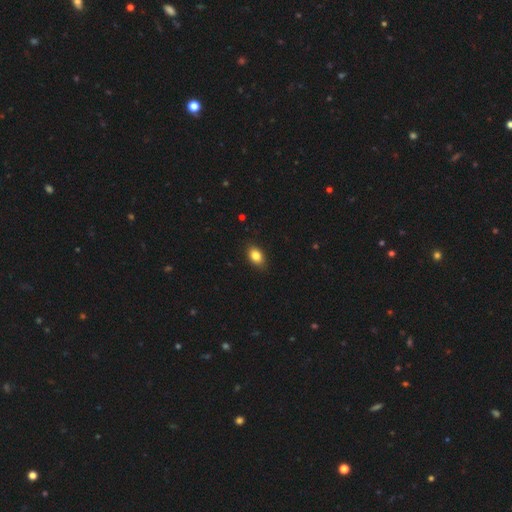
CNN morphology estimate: The model was most divided on "how rounded": in between: 85%, round: 14%, cigar-shaped: 2%. More confident: merging — none (88%); smooth or featured — smooth (84%).